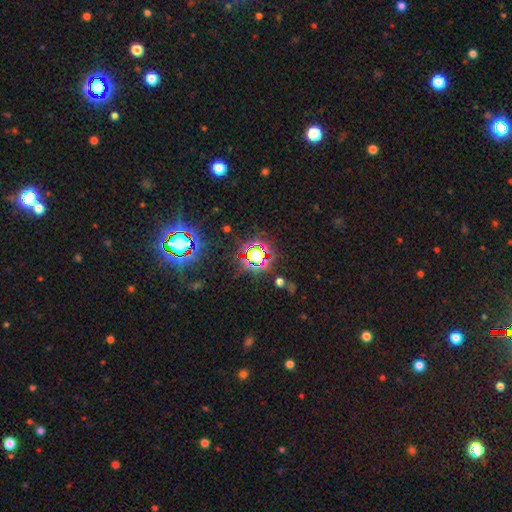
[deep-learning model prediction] smooth_or_featured: star or artifact (p=0.71) [alt: smooth p=0.19]